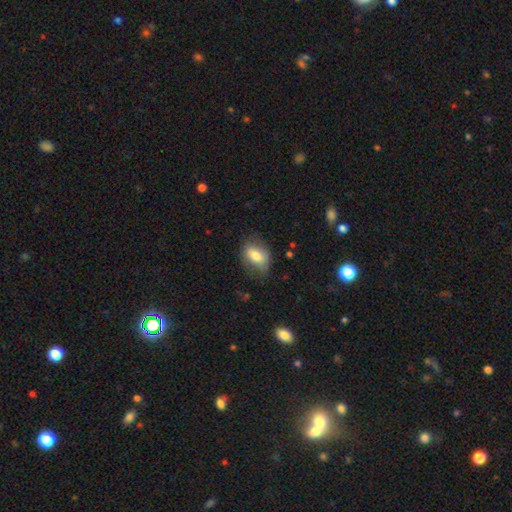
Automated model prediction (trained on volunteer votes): Q: Smooth or featured?
A: smooth (74%); runner-up: featured or disk (19%)
Q: How rounded?
A: in between (80%); runner-up: round (18%)
Q: Merging?
A: none (67%); runner-up: minor disturbance (23%)